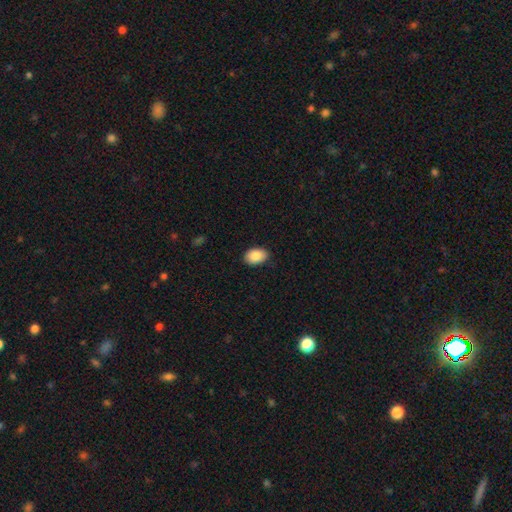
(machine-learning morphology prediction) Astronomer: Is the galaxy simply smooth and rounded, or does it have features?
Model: smooth — 88%.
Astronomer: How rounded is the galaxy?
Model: in between — 84%.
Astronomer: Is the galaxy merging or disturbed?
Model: none — 84%.